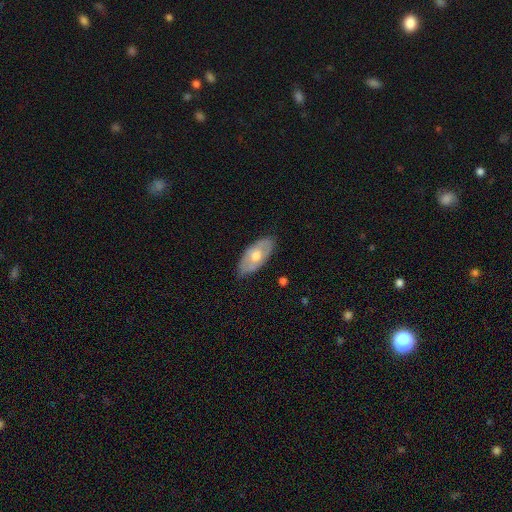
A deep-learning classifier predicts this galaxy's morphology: Smooth or featured? Predicted: smooth (p=0.51). How rounded? Predicted: in between (p=0.92). Merging? Predicted: none (p=0.81).